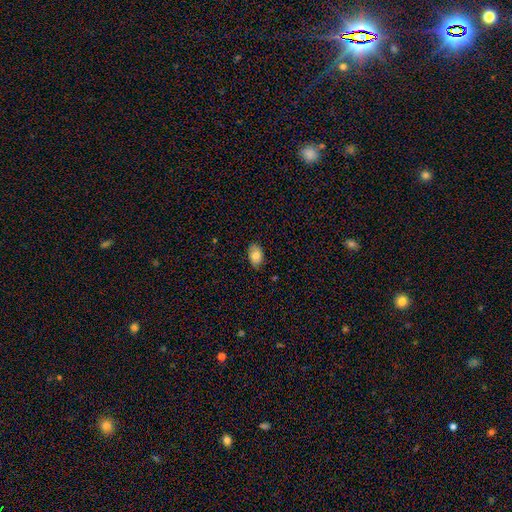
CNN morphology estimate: Q: Smooth or featured?
A: smooth (80%); runner-up: featured or disk (13%)
Q: How rounded?
A: in between (90%); runner-up: round (9%)
Q: Merging?
A: none (79%); runner-up: minor disturbance (17%)